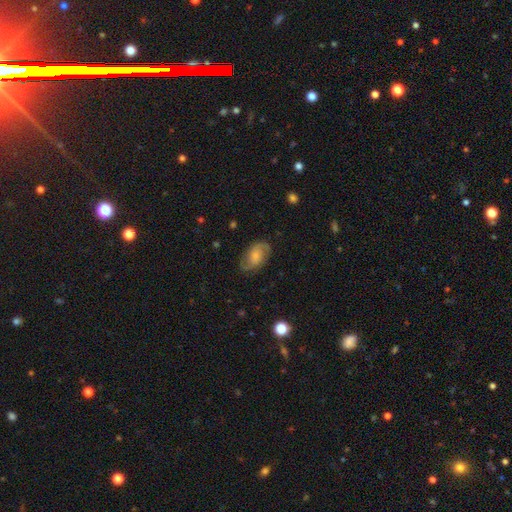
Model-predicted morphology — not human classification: type=featured or disk (57%); edge-on=no (96%); bar=no (61%); spiral arms=yes (90%); bulge=small (48%); merging=none (77%).